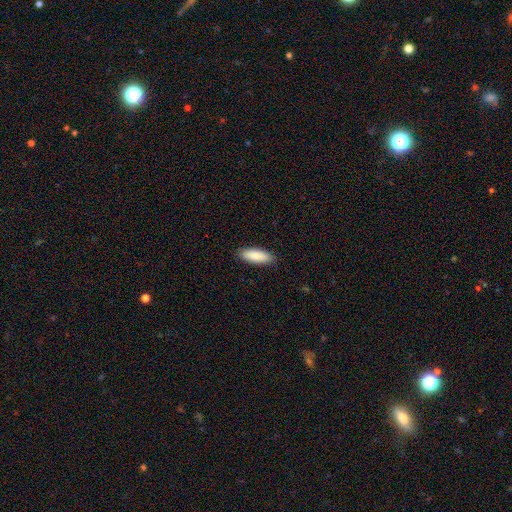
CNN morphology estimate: Overall: smooth (88%). How rounded: in between (59%; cigar-shaped 39%). Merging: none (89%).